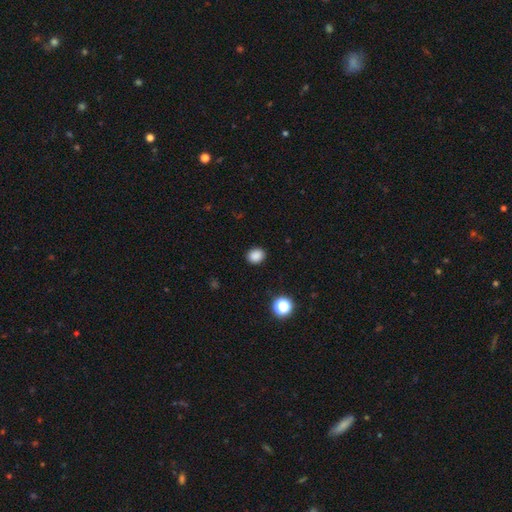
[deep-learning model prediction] This is clearly a smooth galaxy (86%). How rounded: likely round (61%). Merging: clearly none (90%).